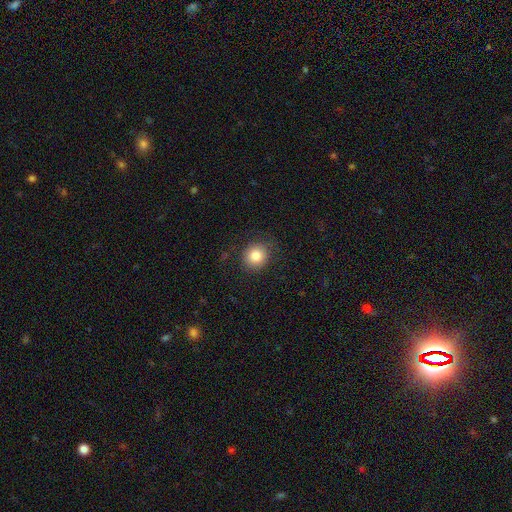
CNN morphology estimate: A smooth galaxy with no disk features (84%) that is round (84%). Merging: none (84%).